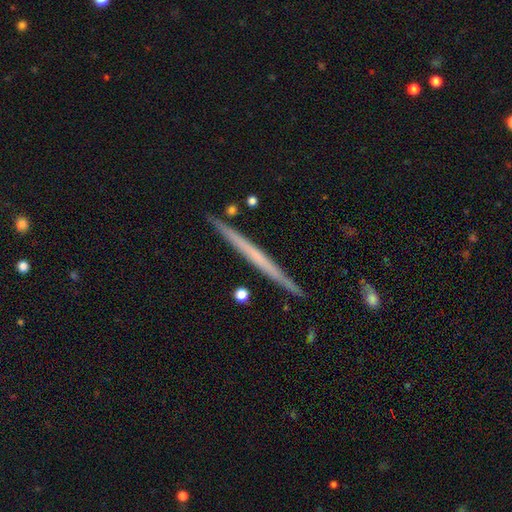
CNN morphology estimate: smooth-or-featured: featured or disk: 55% | smooth: 38% | star or artifact: 6%
  disk-edge-on: yes: 97% | no: 3%
    edge-on-bulge: none: 90% | rounded: 7% | boxy: 3%
  merging: none: 89% | minor disturbance: 8% | merger: 2% | major disturbance: 1%